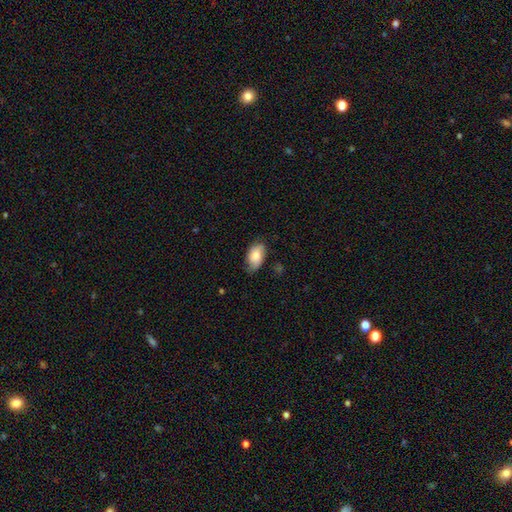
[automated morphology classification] The model was most divided on "merging": none: 68%, minor disturbance: 25%, major disturbance: 5%, merger: 1%. More confident: how rounded — in between (92%); smooth or featured — smooth (75%).